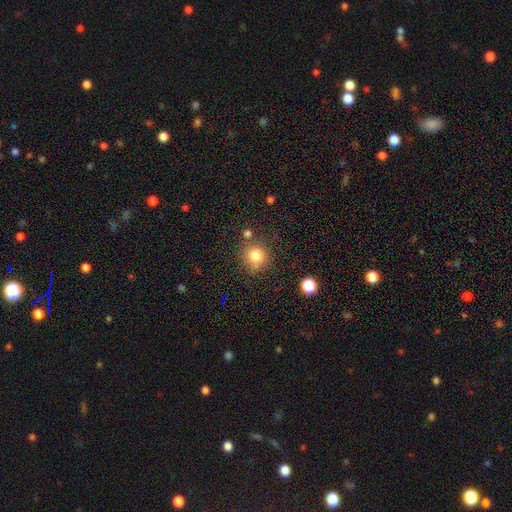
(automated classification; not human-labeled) smooth-or-featured: smooth: 81% | star or artifact: 12% | featured or disk: 7%
  how-rounded: round: 88% | in between: 11% | cigar-shaped: 1%
  merging: none: 73% | minor disturbance: 14% | merger: 8% | major disturbance: 4%